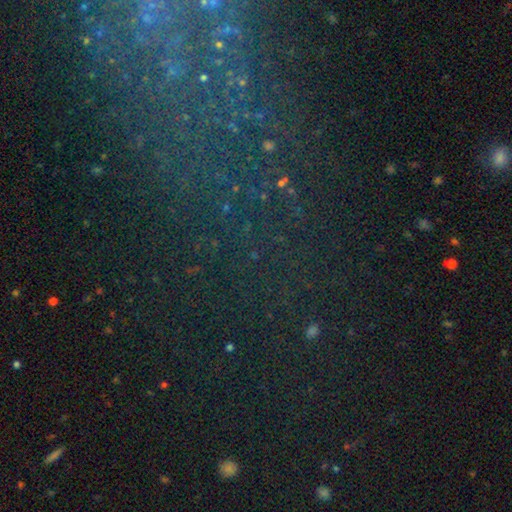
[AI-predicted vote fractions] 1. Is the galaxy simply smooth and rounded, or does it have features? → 76% star or artifact, 14% smooth, 10% featured or disk.